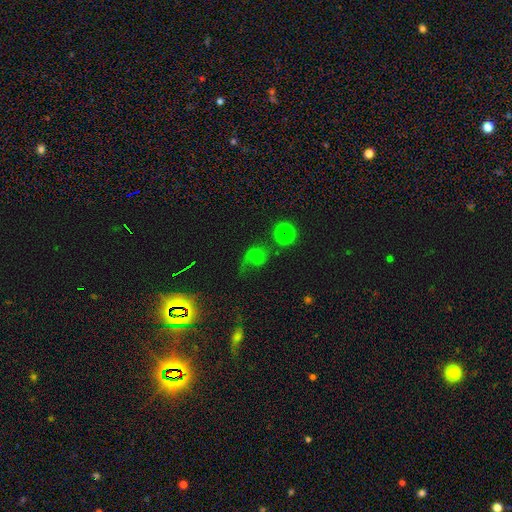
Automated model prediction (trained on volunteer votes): A smooth galaxy with no disk features (43%).

Vote fractions:
- Smooth or featured? smooth: 43% / featured or disk: 30% / star or artifact: 27%
- Merging? major disturbance: 40% / none: 33% / minor disturbance: 19% / merger: 7%